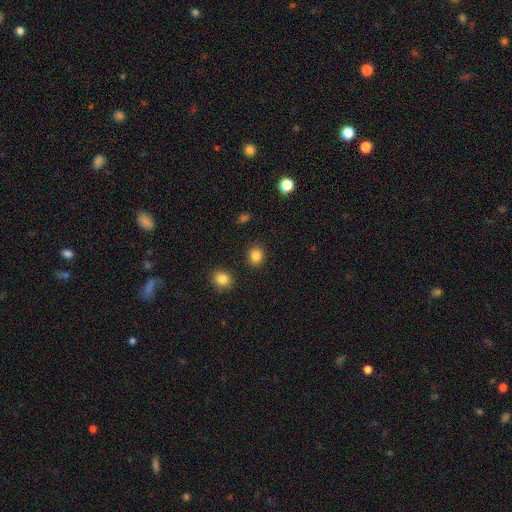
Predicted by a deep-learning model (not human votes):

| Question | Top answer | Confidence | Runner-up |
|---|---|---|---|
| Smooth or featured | smooth | 85% | star or artifact (11%) |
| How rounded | round | 68% | in between (31%) |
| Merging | none | 89% | minor disturbance (7%) |